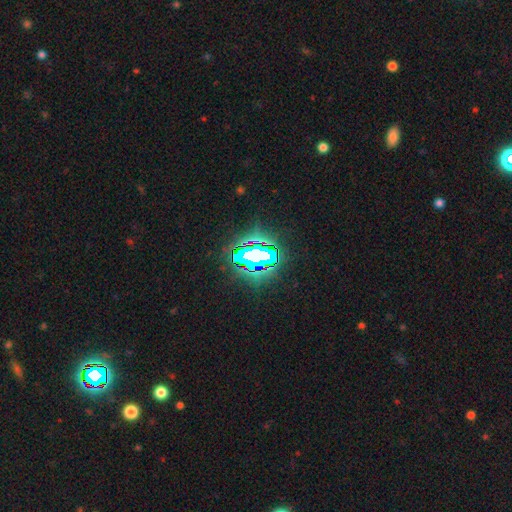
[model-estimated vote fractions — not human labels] Smooth or featured: star or artifact — 71% (smooth — 15%)